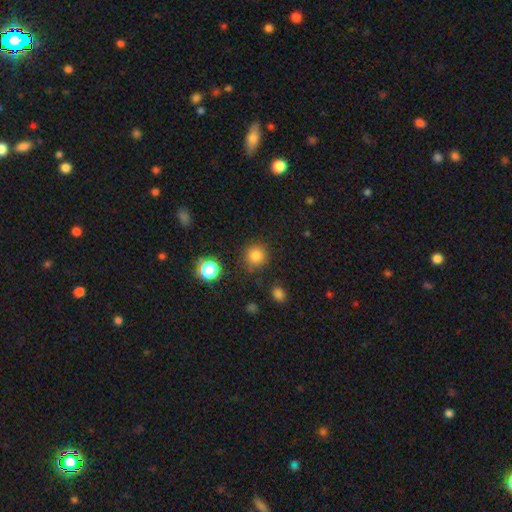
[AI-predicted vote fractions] This is clearly a smooth galaxy (81%). How rounded: clearly round (93%). Merging: clearly none (85%).